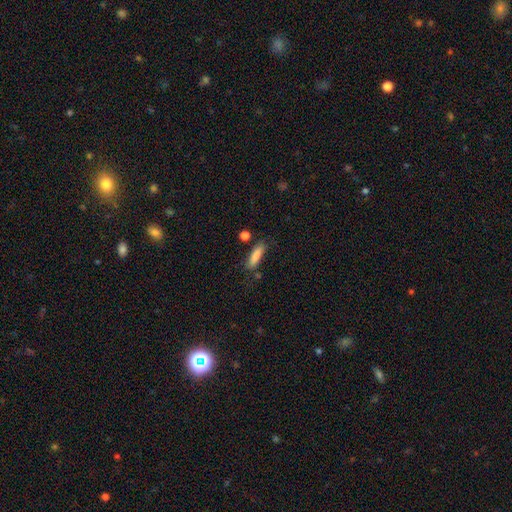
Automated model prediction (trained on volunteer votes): smooth_or_featured: smooth (p=0.84) [alt: featured or disk p=0.09]
how_rounded: cigar-shaped (p=0.63) [alt: in between p=0.35]
merging: none (p=0.74) [alt: minor disturbance p=0.16]